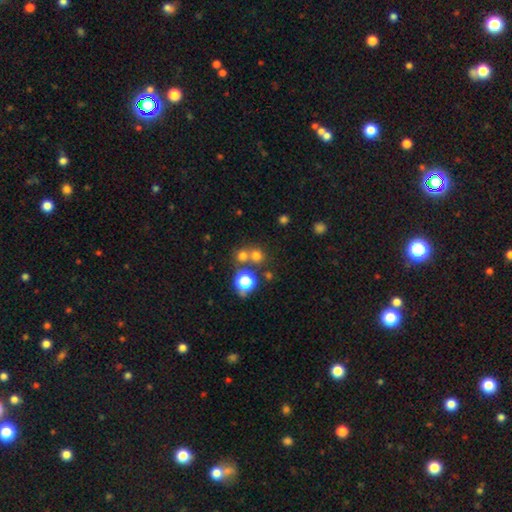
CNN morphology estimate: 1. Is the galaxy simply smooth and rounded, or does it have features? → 68% smooth, 23% star or artifact, 9% featured or disk.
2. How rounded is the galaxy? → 89% round, 10% in between, 1% cigar-shaped.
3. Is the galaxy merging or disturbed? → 62% none, 28% merger, 7% minor disturbance, 4% major disturbance.